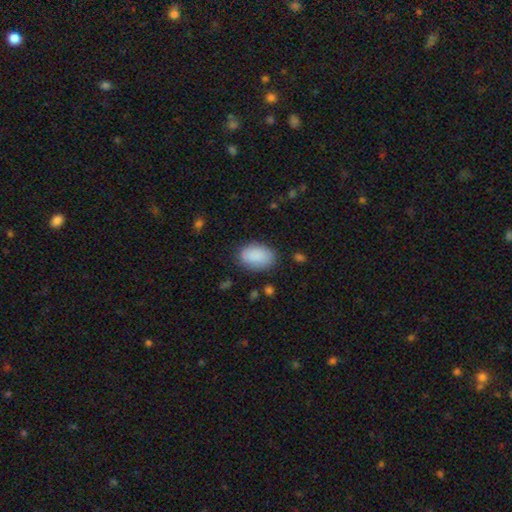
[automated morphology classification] A smooth galaxy with no disk features (88%) that is in between round and cigar-shaped (90%).

Vote fractions:
- Smooth or featured? smooth: 88% / star or artifact: 7% / featured or disk: 5%
- How rounded? in between: 90% / round: 9% / cigar-shaped: 1%
- Merging? none: 79% / minor disturbance: 15% / major disturbance: 4% / merger: 2%